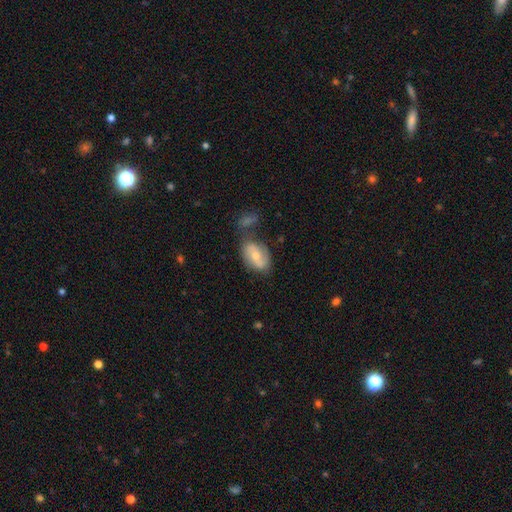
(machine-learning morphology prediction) This is possibly a smooth galaxy (47%, tied with featured or disk). Merging: possibly none (55%).